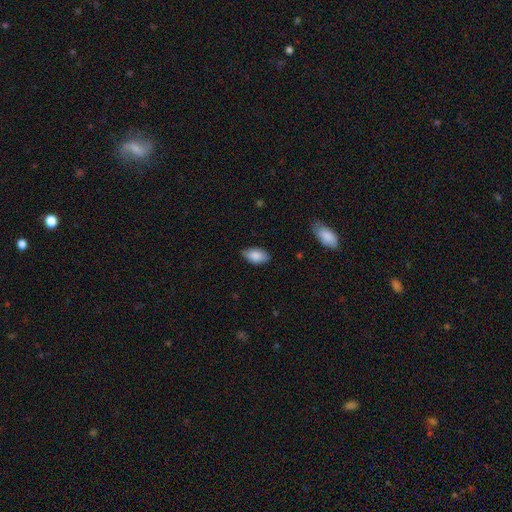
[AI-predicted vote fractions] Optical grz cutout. It shows a smooth galaxy with no disk features (86%) that is in between round and cigar-shaped (94%). Merging: none (82%).